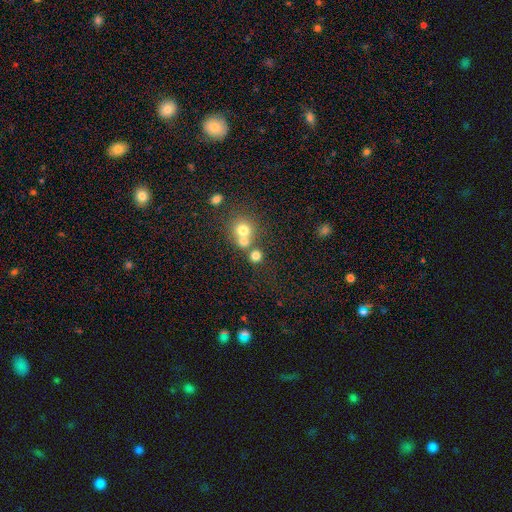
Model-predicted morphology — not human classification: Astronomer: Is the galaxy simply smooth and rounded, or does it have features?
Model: smooth — 73%.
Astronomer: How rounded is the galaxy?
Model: round — 86%.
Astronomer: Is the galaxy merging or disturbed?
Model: none — 50% (runner-up: merger, 40%).